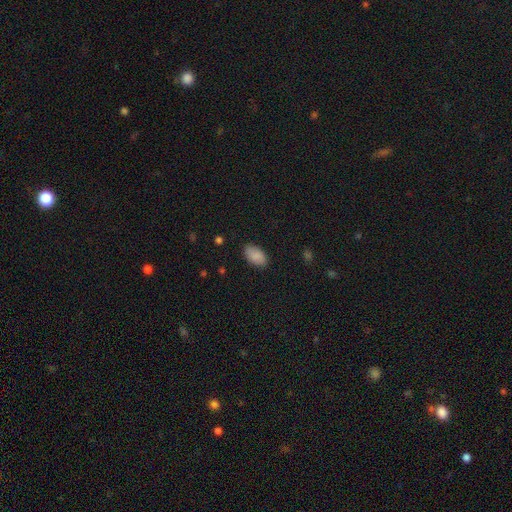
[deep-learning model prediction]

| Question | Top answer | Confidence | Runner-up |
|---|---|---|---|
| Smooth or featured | smooth | 88% | star or artifact (7%) |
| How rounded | in between | 94% | round (4%) |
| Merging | none | 84% | minor disturbance (12%) |